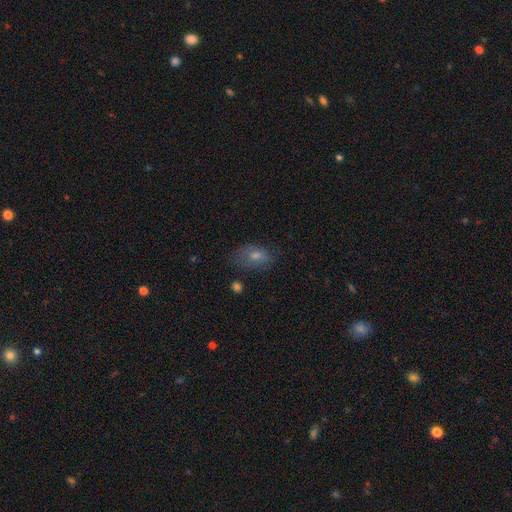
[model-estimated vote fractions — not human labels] This is possibly a smooth galaxy (60%). How rounded: clearly in between (81%). Merging: likely none (66%).